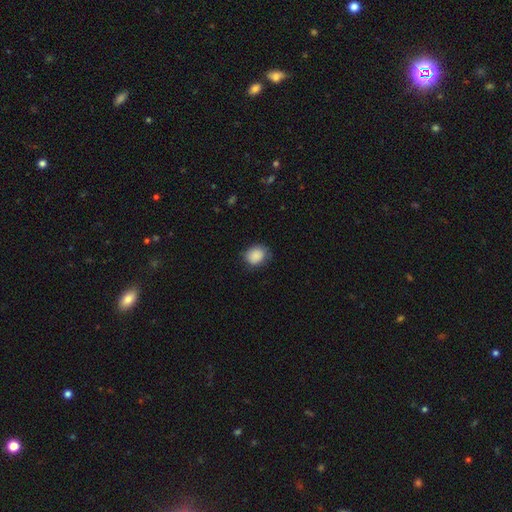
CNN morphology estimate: Smooth or featured: smooth — 88% (star or artifact — 8%)
How rounded: round — 64% (in between — 35%)
Merging: none — 75% (minor disturbance — 19%)